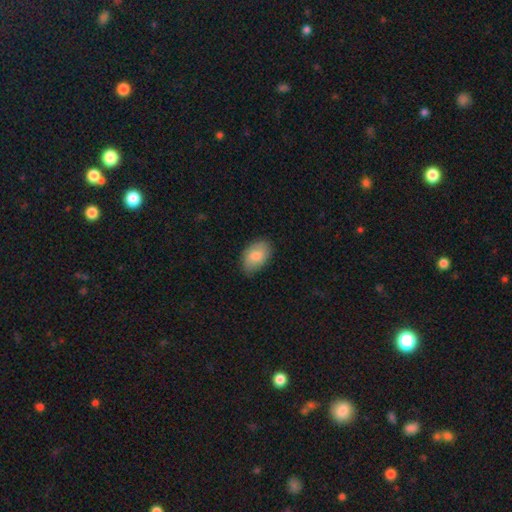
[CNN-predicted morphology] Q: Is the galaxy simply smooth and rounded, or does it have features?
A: smooth — 80%.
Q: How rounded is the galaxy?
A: in between — 90%.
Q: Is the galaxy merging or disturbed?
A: none — 77%.